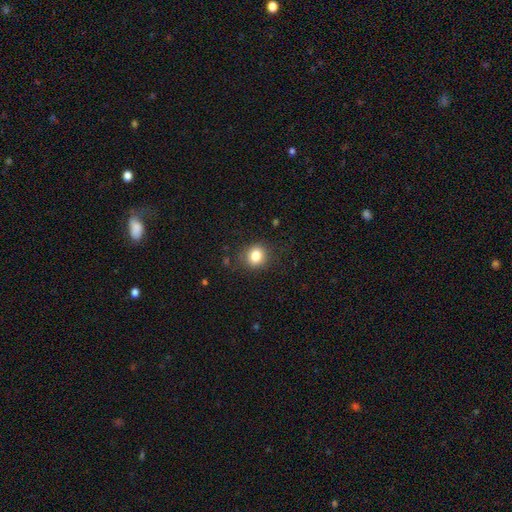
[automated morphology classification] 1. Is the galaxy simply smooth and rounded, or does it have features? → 83% smooth, 11% star or artifact, 6% featured or disk.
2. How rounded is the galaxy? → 78% round, 21% in between, 1% cigar-shaped.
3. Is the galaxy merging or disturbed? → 86% none, 10% minor disturbance, 3% major disturbance, 1% merger.